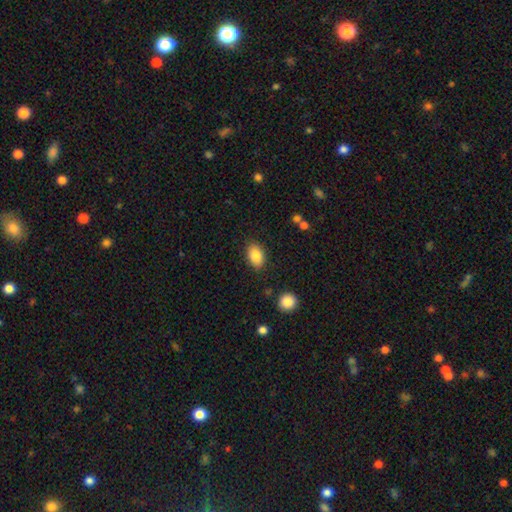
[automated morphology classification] smooth-or-featured: smooth: 85% | featured or disk: 8% | star or artifact: 8%
  how-rounded: in between: 86% | round: 12% | cigar-shaped: 1%
  merging: none: 84% | minor disturbance: 11% | major disturbance: 3% | merger: 2%